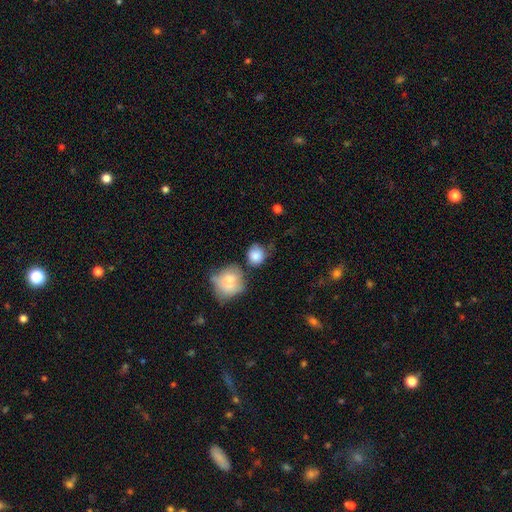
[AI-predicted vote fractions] Smooth or featured? Predicted: smooth (p=0.82). How rounded? Predicted: round (p=0.76). Merging? Predicted: none (p=0.55).